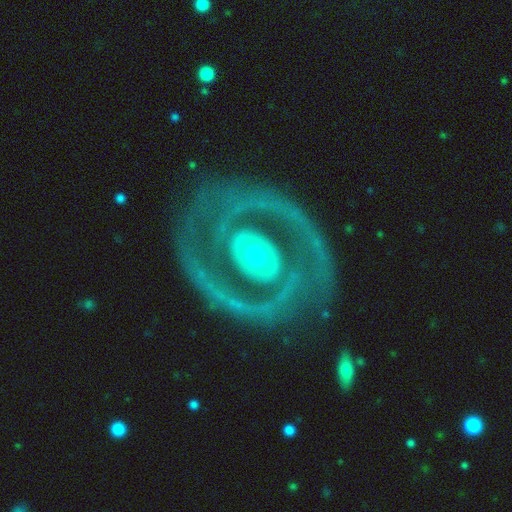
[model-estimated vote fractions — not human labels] Smooth or featured: featured or disk — 85% (smooth — 11%)
Edge-on disk: no — 96% (yes — 4%)
Bar: no — 80% (weak — 13%)
Spiral arms: yes — 66% (no — 34%)
Spiral winding: tight — 55% (medium — 30%)
Spiral arm count: 2 — 60% (can't tell — 17%)
Bulge size: moderate — 62% (small — 26%)
Merging: none — 73% (minor disturbance — 13%)